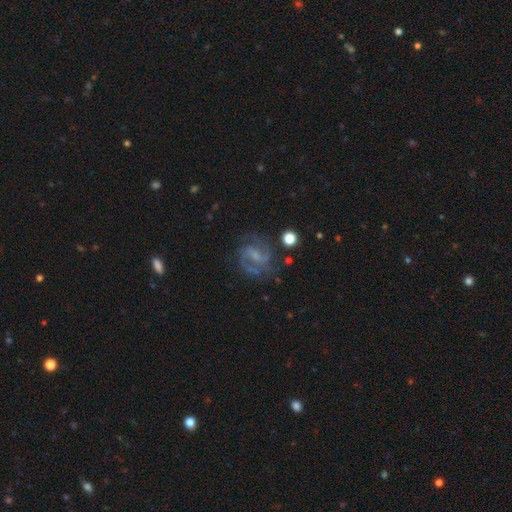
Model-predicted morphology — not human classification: This appears to be a featured or disk galaxy (83%) with a weak bar (53%), 2 (71%) medium (56%) spiral arms (95%) and a small central bulge (50%). Merging: none (69%).